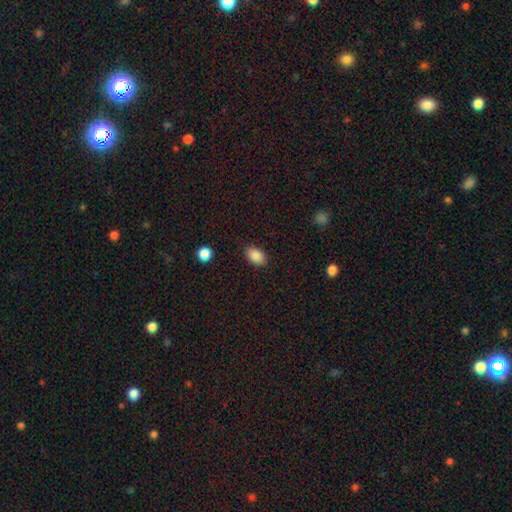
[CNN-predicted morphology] This is clearly a smooth galaxy (88%). How rounded: clearly in between (86%). Merging: clearly none (86%).